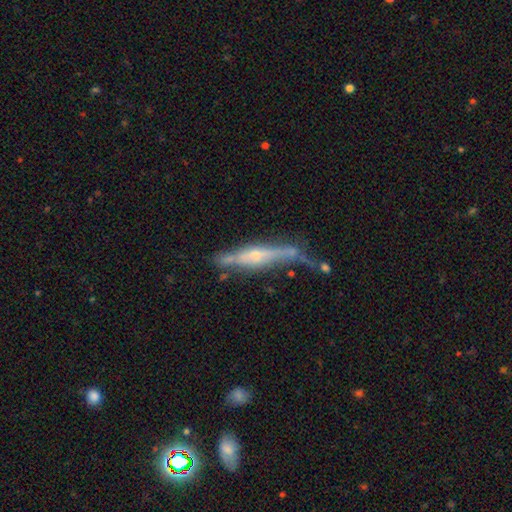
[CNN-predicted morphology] smooth_or_featured: featured or disk (p=0.72) [alt: smooth p=0.21]
disk_edge_on: yes (p=0.85) [alt: no p=0.15]
edge_on_bulge: rounded (p=0.73) [alt: none p=0.17]
merging: none (p=0.48) [alt: minor disturbance p=0.27]